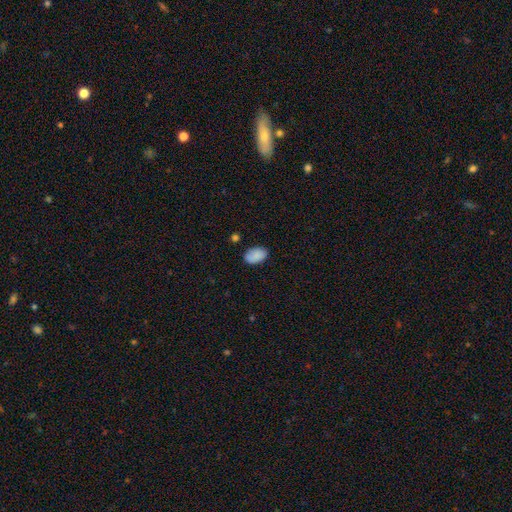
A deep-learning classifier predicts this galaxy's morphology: smooth-or-featured: smooth: 88% | star or artifact: 7% | featured or disk: 5%
  how-rounded: in between: 91% | round: 8% | cigar-shaped: 1%
  merging: none: 80% | minor disturbance: 15% | major disturbance: 3% | merger: 2%